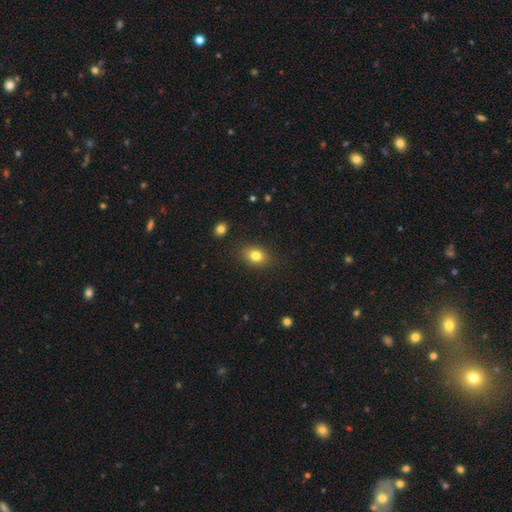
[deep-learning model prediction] The model was most divided on "how rounded": in between: 66%, round: 33%, cigar-shaped: 1%. More confident: merging — none (85%); smooth or featured — smooth (80%).